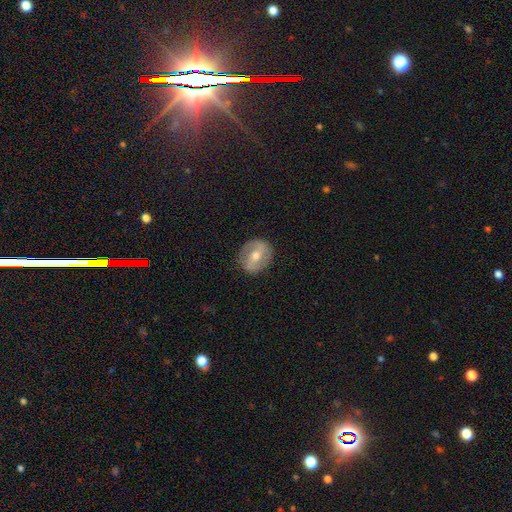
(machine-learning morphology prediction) type=featured or disk (68%); edge-on=no (95%); bar=weak (40%); spiral arms=yes (73%); bulge=moderate (74%); merging=none (85%).